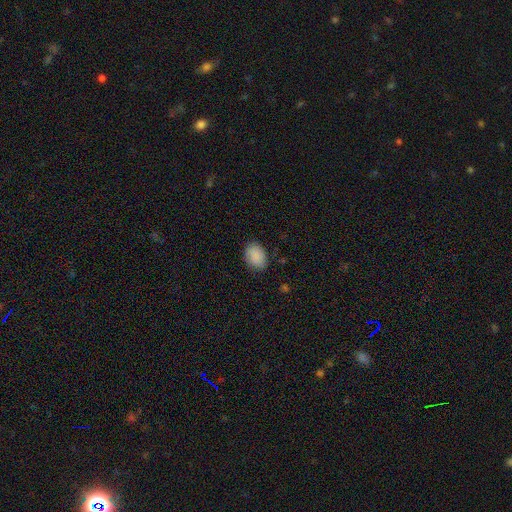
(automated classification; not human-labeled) Smooth or featured?
  - smooth: 88% *
  - star or artifact: 7%
  - featured or disk: 5%
How rounded?
  - in between: 70% *
  - round: 29%
  - cigar-shaped: 1%
Merging?
  - none: 81% *
  - minor disturbance: 14%
  - major disturbance: 3%
  - merger: 1%